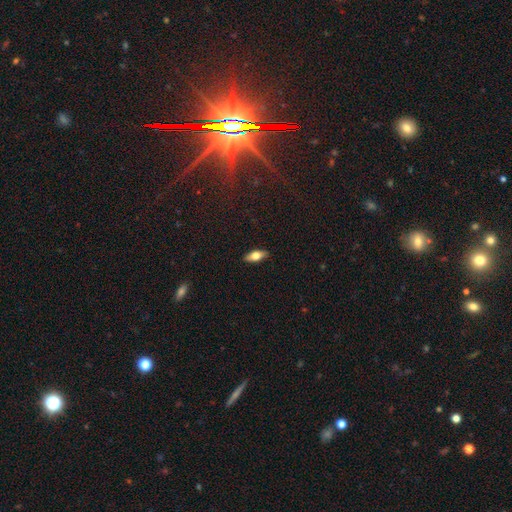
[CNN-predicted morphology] The model was most divided on "smooth or featured": smooth: 61%, featured or disk: 32%, star or artifact: 7%. More confident: merging — none (89%); how rounded — in between (76%).